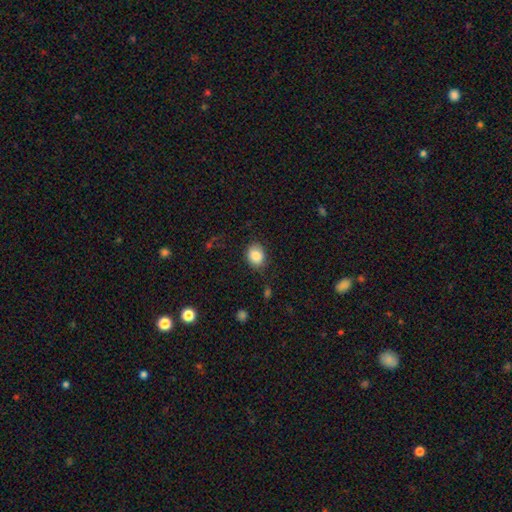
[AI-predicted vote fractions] Smooth or featured? smooth (86%)
How rounded? in between (56%)
Merging? none (80%)